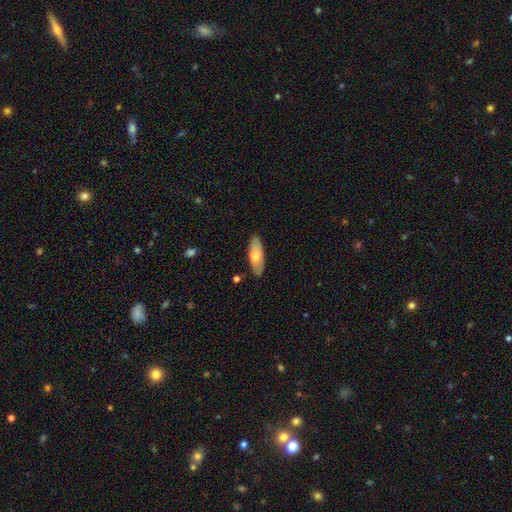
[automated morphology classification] The model was most divided on "smooth or featured": smooth: 70%, featured or disk: 24%, star or artifact: 6%. More confident: merging — none (84%); how rounded — in between (72%).